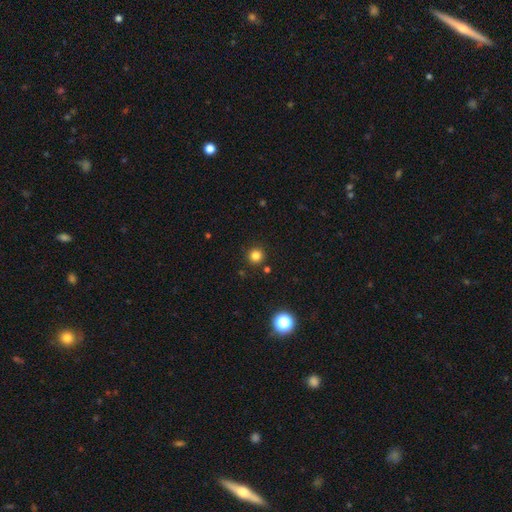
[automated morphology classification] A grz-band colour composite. It shows a smooth galaxy with no disk features (81%) that is round (95%). Merging: none (89%).